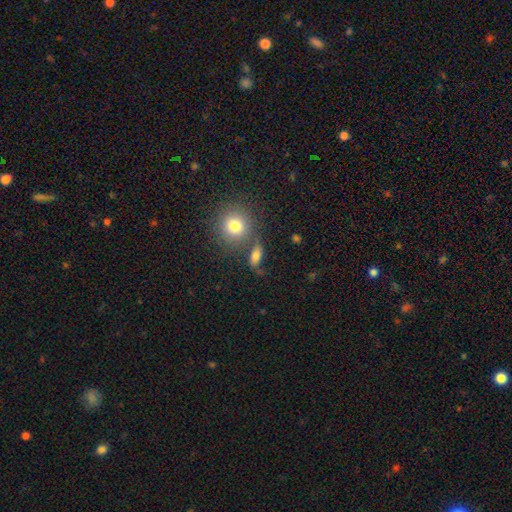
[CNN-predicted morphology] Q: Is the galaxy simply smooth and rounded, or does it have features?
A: smooth — 65%.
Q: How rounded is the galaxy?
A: in between — 67%.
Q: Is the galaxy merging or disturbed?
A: none — 53%.